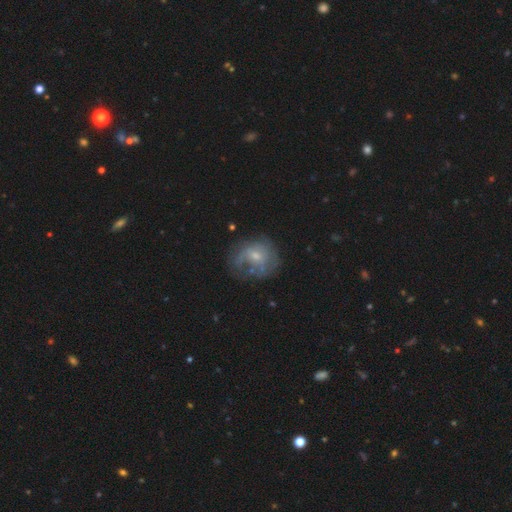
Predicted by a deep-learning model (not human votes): This is possibly a featured or disk galaxy (55%). It is clearly not viewed edge-on (97%). Bar: likely no (74%). Spiral arm pattern: likely yes (61%). Central bulge: likely small (61%). Merging: possibly none (56%).